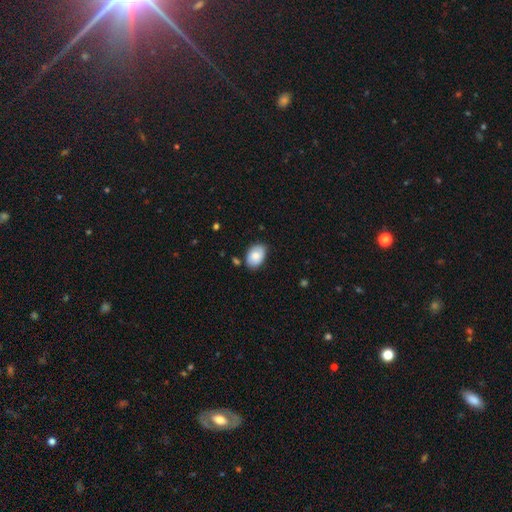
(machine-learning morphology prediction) smooth_or_featured: smooth (p=0.80) [alt: featured or disk p=0.13]
how_rounded: in between (p=0.85) [alt: round p=0.14]
merging: none (p=0.77) [alt: minor disturbance p=0.16]